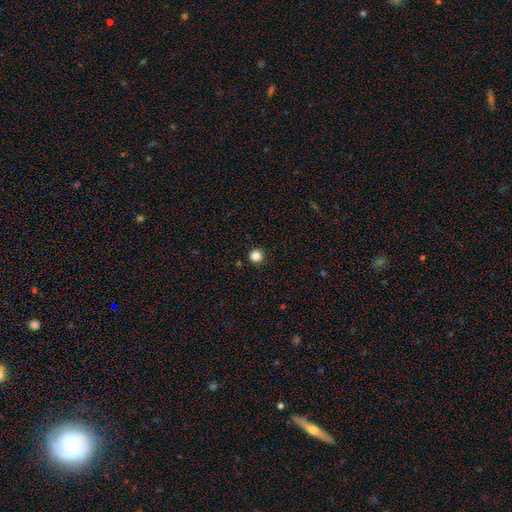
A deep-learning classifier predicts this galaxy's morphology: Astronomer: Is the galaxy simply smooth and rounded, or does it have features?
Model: smooth — 85%.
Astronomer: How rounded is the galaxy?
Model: round — 96%.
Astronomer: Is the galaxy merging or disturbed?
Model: none — 92%.